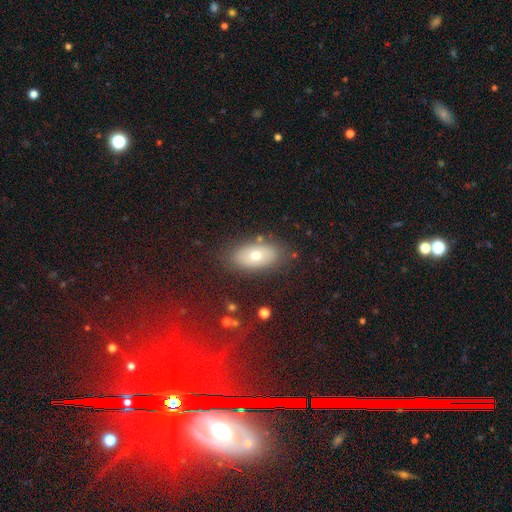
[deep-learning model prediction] smooth 65%, featured or disk 26%, star or artifact 9%. Down the decision tree: how rounded — in between (90%); merging — none (81%).